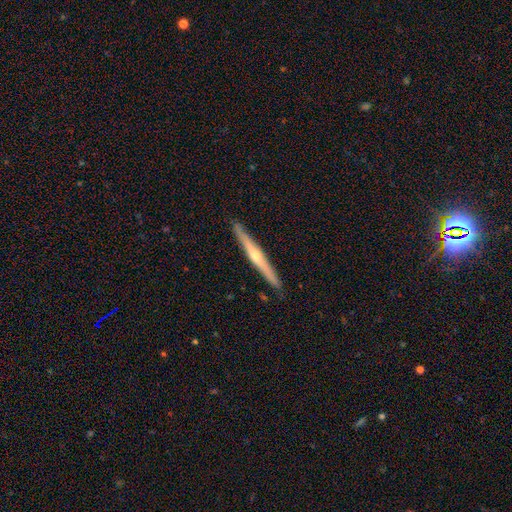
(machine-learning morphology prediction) Smooth or featured? featured or disk (70%)
Edge-on disk? yes (97%)
Edge-on bulge? rounded (78%)
Merging? none (91%)